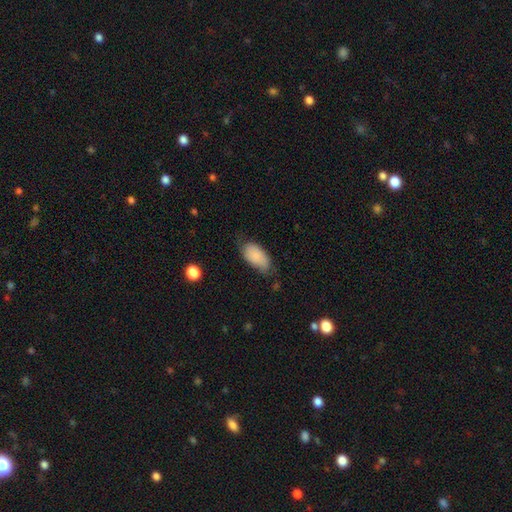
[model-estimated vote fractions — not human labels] A smooth galaxy with no disk features (81%) that is in between round and cigar-shaped (94%). Merging: none (58%).